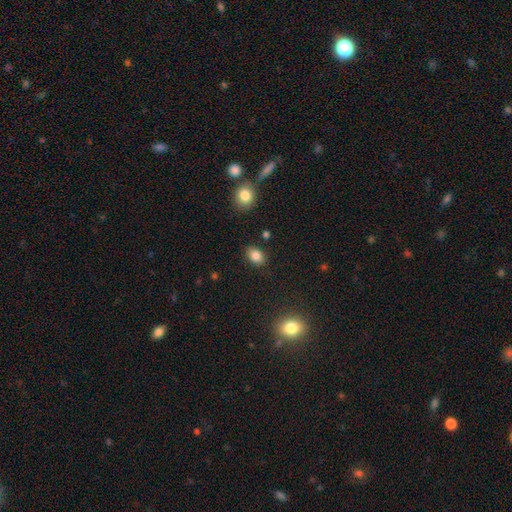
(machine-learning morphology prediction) Q: Smooth or featured?
A: smooth (84%); runner-up: star or artifact (10%)
Q: How rounded?
A: in between (77%); runner-up: round (21%)
Q: Merging?
A: none (85%); runner-up: minor disturbance (10%)